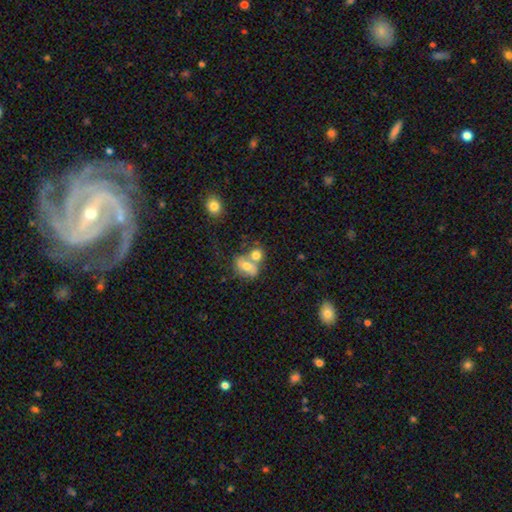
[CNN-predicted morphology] smooth_or_featured: smooth (p=0.59) [alt: featured or disk p=0.30]
how_rounded: round (p=0.51) [alt: in between p=0.47]
merging: merger (p=0.54) [alt: none p=0.30]